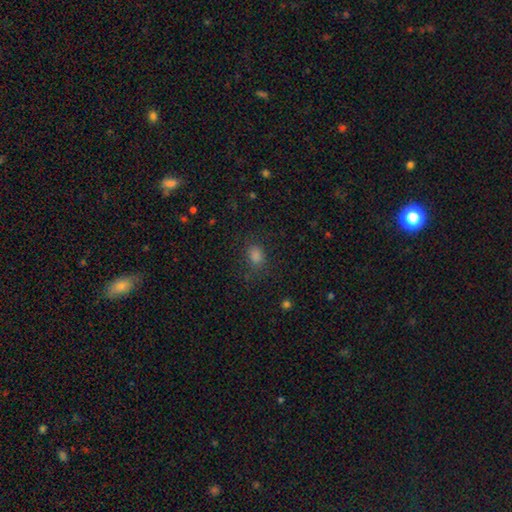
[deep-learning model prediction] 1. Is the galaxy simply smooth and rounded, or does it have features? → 76% smooth, 19% star or artifact, 5% featured or disk.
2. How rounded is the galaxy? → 51% in between, 48% round, 1% cigar-shaped.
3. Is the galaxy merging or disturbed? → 80% none, 13% minor disturbance, 6% major disturbance, 1% merger.